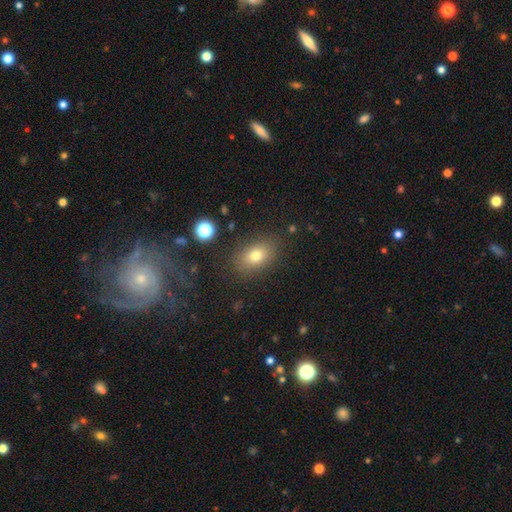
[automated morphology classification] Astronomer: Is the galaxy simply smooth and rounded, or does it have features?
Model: smooth — 75%.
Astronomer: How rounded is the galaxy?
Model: in between — 79%.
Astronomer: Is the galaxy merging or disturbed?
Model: none — 83%.